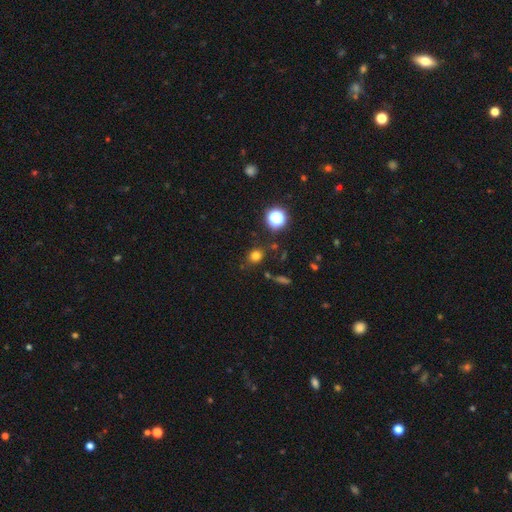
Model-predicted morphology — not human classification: Q: Smooth or featured?
A: smooth (75%); runner-up: star or artifact (18%)
Q: How rounded?
A: round (75%); runner-up: in between (24%)
Q: Merging?
A: none (82%); runner-up: minor disturbance (11%)